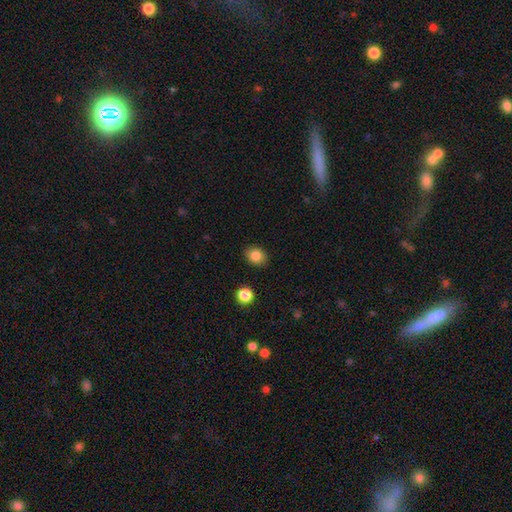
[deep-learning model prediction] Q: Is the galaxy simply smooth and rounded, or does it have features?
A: smooth — 85%.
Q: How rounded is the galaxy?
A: round — 56%.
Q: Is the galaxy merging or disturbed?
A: none — 89%.